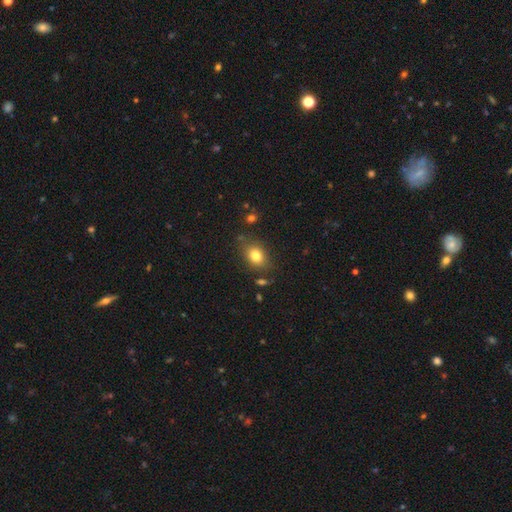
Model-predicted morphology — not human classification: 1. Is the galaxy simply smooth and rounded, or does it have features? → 80% smooth, 11% star or artifact, 9% featured or disk.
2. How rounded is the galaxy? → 66% in between, 32% round, 1% cigar-shaped.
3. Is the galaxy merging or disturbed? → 78% none, 14% minor disturbance, 4% major disturbance, 4% merger.